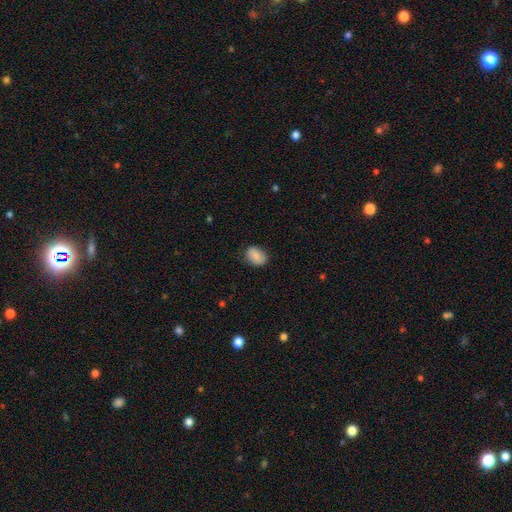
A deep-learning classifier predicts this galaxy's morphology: smooth 85%, featured or disk 8%, star or artifact 7%. Down the decision tree: how rounded — in between (71%); merging — none (79%).